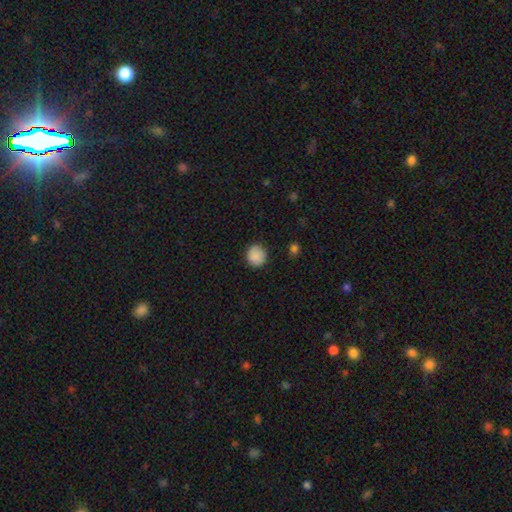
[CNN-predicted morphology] Q: Smooth or featured?
A: smooth (88%); runner-up: star or artifact (9%)
Q: How rounded?
A: round (87%); runner-up: in between (12%)
Q: Merging?
A: none (86%); runner-up: minor disturbance (10%)